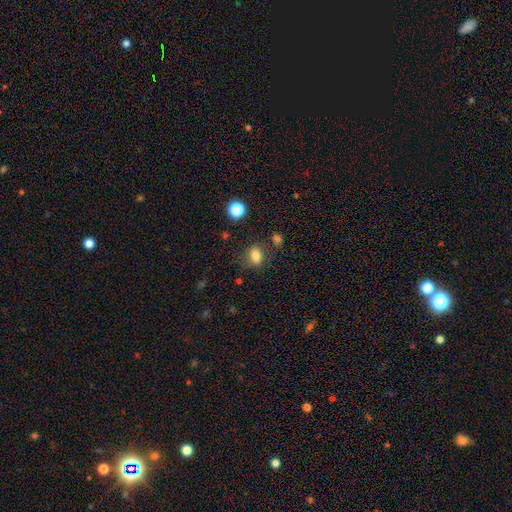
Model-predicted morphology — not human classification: Smooth or featured? Predicted: smooth (p=0.81). How rounded? Predicted: in between (p=0.61). Merging? Predicted: none (p=0.72).